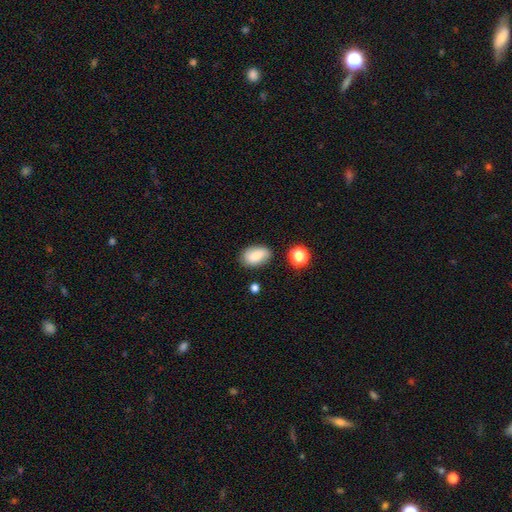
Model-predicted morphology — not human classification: A smooth galaxy with no disk features (80%) that is in between round and cigar-shaped (88%).

Vote fractions:
- Smooth or featured? smooth: 80% / featured or disk: 12% / star or artifact: 9%
- How rounded? in between: 88% / round: 10% / cigar-shaped: 2%
- Merging? none: 77% / minor disturbance: 16% / major disturbance: 4% / merger: 3%